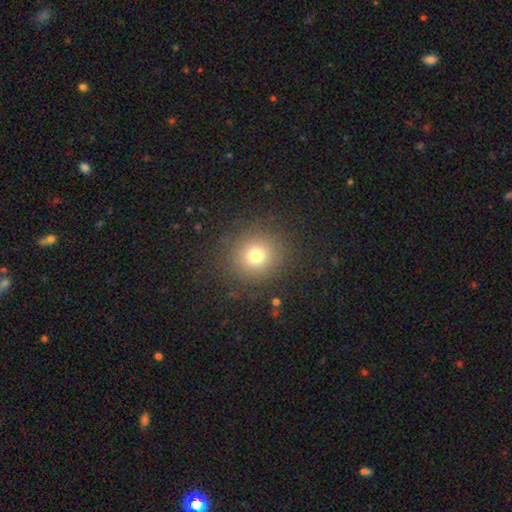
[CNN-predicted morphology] smooth_or_featured: smooth (p=0.74) [alt: star or artifact p=0.16]
how_rounded: round (p=0.91) [alt: in between p=0.08]
merging: none (p=0.86) [alt: minor disturbance p=0.08]